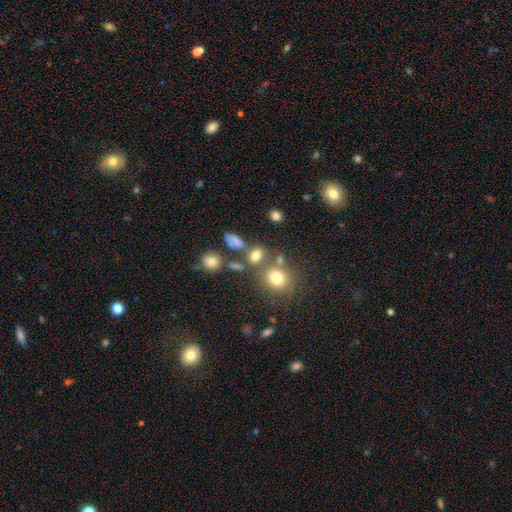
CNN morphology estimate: Overall: smooth (71%). How rounded: in between (58%; round 39%). Merging: none (56%; merger 24%).